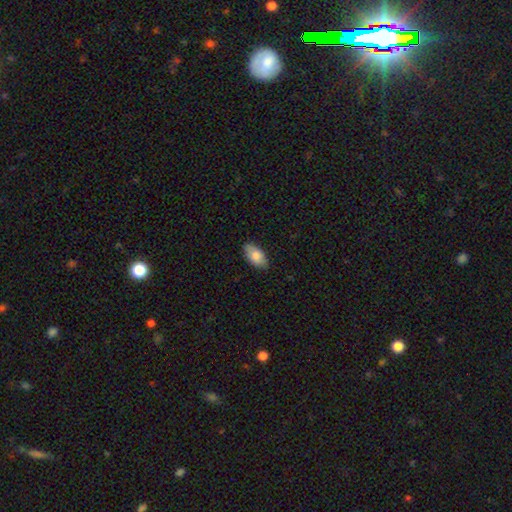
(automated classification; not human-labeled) smooth-or-featured: smooth: 82% | featured or disk: 11% | star or artifact: 6%
  how-rounded: in between: 94% | round: 4% | cigar-shaped: 3%
  merging: none: 83% | minor disturbance: 14% | major disturbance: 2% | merger: 1%